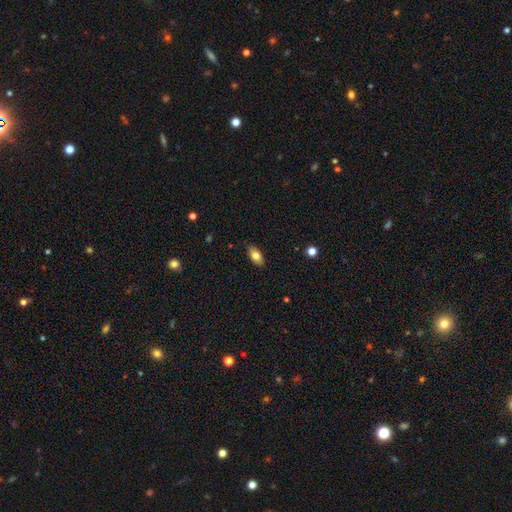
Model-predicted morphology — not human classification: This appears to be a smooth galaxy with no disk features (79%) that is in between round and cigar-shaped (89%). Merging: none (87%).